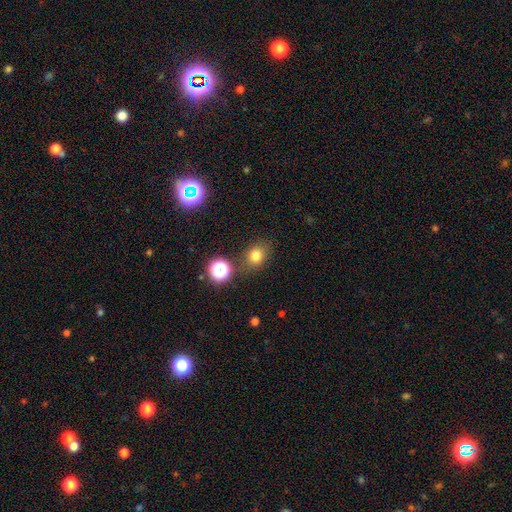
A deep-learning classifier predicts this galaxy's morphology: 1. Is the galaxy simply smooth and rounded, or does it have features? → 77% smooth, 16% star or artifact, 7% featured or disk.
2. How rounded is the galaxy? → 62% round, 37% in between, 1% cigar-shaped.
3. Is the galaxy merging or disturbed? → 78% none, 13% minor disturbance, 5% merger, 4% major disturbance.